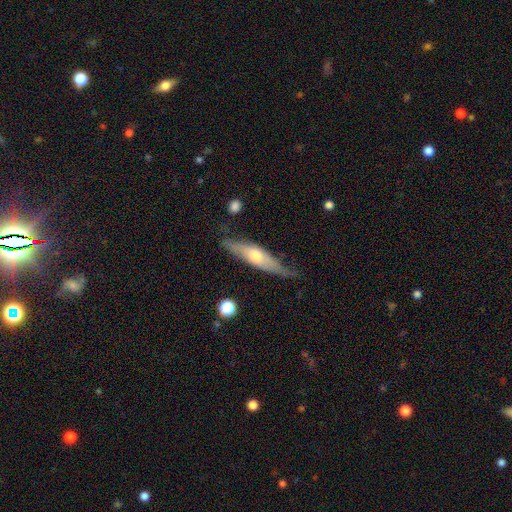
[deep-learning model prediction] Smooth or featured: featured or disk — 56% (smooth — 38%)
Edge-on disk: yes — 80% (no — 20%)
Merging: none — 63% (minor disturbance — 27%)